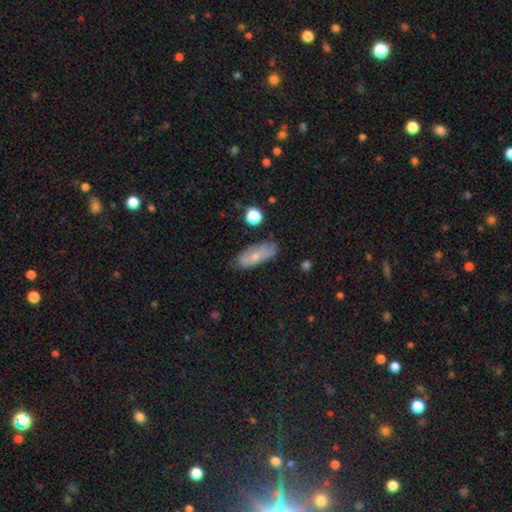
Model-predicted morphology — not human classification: Overall: smooth (52%; featured or disk 40%). How rounded: in between (76%). Merging: none (75%).